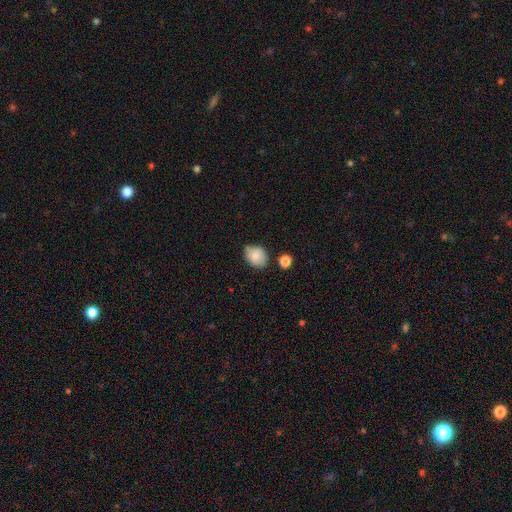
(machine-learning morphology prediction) smooth_or_featured: smooth (p=0.83) [alt: featured or disk p=0.09]
how_rounded: in between (p=0.50) [alt: round p=0.49]
merging: none (p=0.66) [alt: minor disturbance p=0.22]